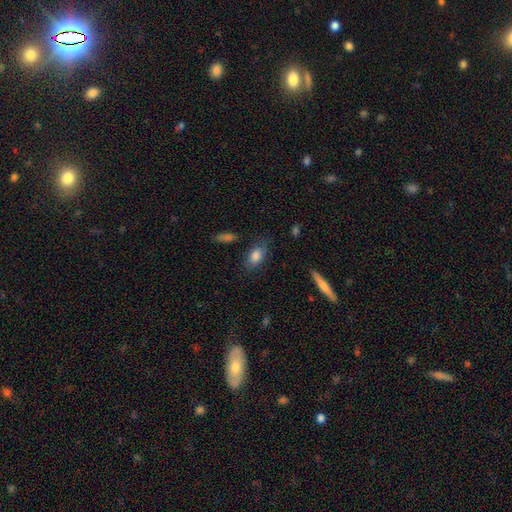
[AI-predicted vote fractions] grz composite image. It shows a smooth galaxy with no disk features (82%) that is in between round and cigar-shaped (88%). Merging: none (74%).